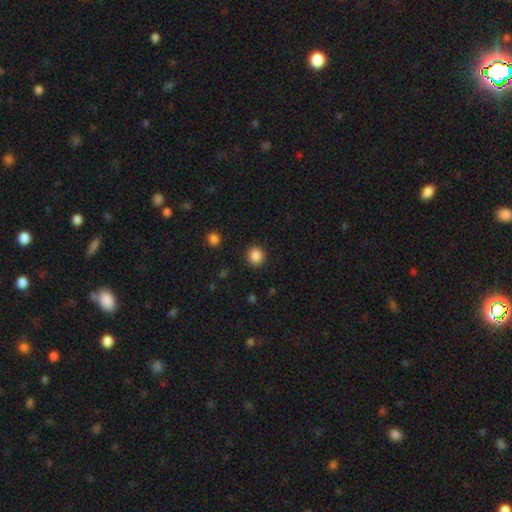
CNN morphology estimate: Smooth or featured: smooth — 87% (star or artifact — 10%)
How rounded: round — 91% (in between — 8%)
Merging: none — 91% (minor disturbance — 5%)